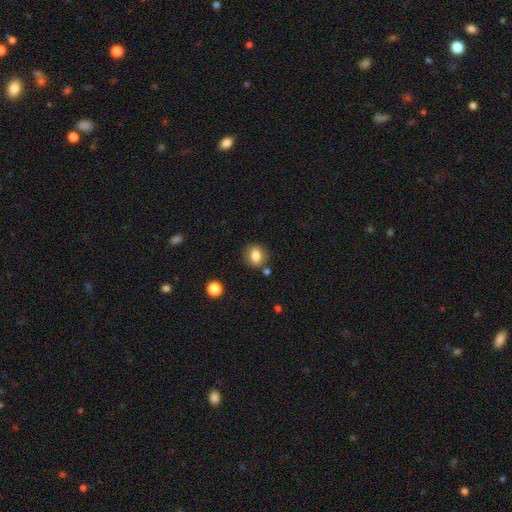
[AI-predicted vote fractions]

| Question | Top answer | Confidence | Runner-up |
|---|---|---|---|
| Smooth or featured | smooth | 80% | featured or disk (10%) |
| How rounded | round | 64% | in between (35%) |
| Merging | none | 82% | minor disturbance (11%) |